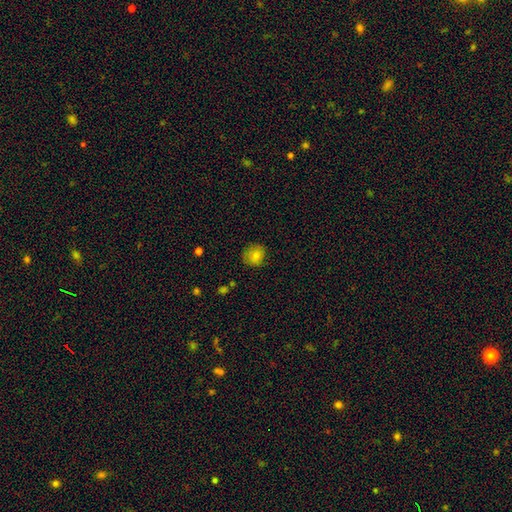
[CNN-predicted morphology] smooth_or_featured: smooth (p=0.80) [alt: star or artifact p=0.11]
how_rounded: round (p=0.80) [alt: in between p=0.19]
merging: none (p=0.81) [alt: minor disturbance p=0.15]